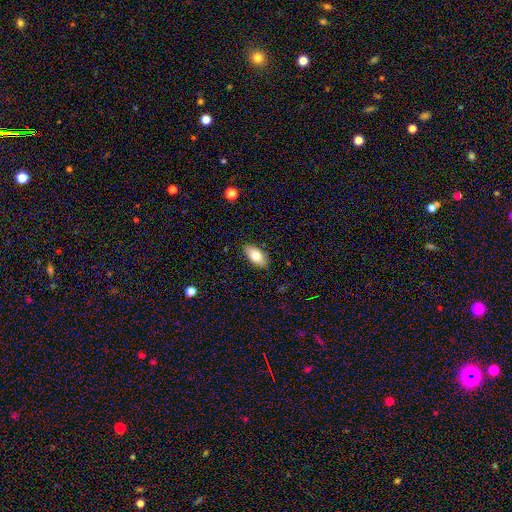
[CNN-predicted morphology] Smooth or featured?
  - smooth: 79% *
  - featured or disk: 14%
  - star or artifact: 7%
How rounded?
  - in between: 92% *
  - cigar-shaped: 5%
  - round: 3%
Merging?
  - none: 86% *
  - minor disturbance: 11%
  - major disturbance: 2%
  - merger: 1%